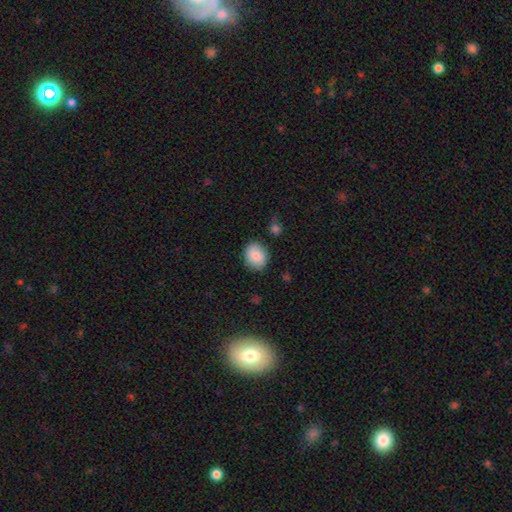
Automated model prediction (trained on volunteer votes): Overall: smooth (86%). How rounded: round (54%; in between 45%). Merging: none (84%).